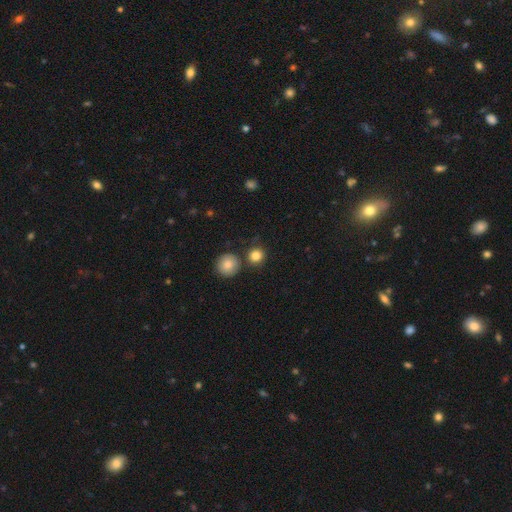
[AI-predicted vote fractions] Overall: smooth (84%). How rounded: round (91%). Merging: none (78%).